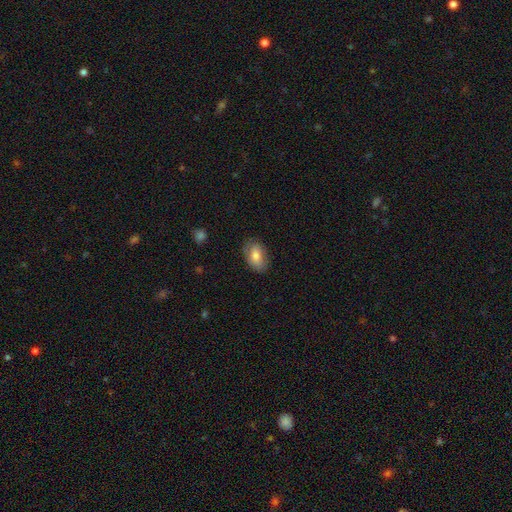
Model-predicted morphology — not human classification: The model was most divided on "merging": none: 76%, minor disturbance: 19%, major disturbance: 4%, merger: 1%. More confident: how rounded — in between (88%); smooth or featured — smooth (76%).